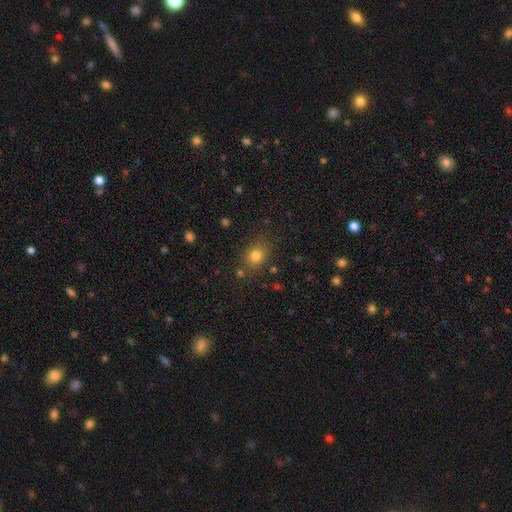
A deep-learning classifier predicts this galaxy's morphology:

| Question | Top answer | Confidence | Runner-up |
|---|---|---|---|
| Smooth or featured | smooth | 78% | star or artifact (14%) |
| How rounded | round | 56% | in between (42%) |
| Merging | none | 80% | minor disturbance (12%) |